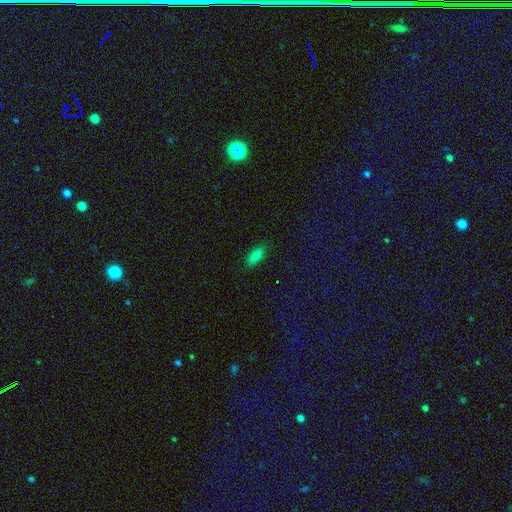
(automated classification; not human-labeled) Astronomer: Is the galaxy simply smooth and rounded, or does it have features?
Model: smooth — 81%.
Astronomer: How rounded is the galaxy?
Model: in between — 81%.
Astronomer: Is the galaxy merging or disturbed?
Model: none — 87%.